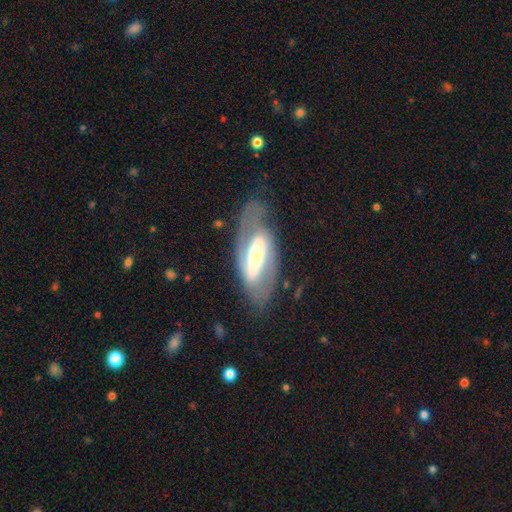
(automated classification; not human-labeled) A featured or disk galaxy (77%) with a strong bar (51%), 2 (80%) medium (43%) spiral arms (82%) and a moderate central bulge (46%). Merging: none (64%).